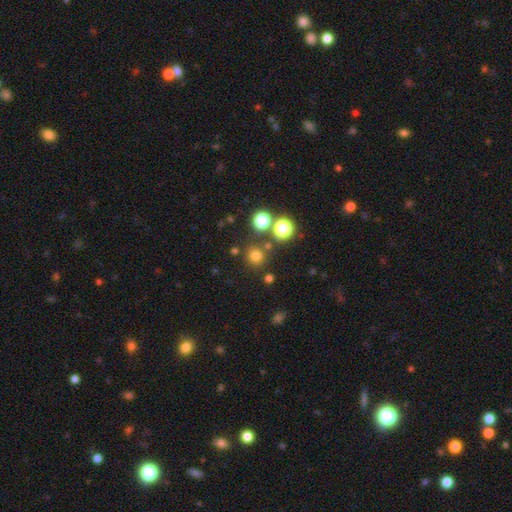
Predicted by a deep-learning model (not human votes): Overall: smooth (72%). How rounded: round (93%). Merging: none (81%).